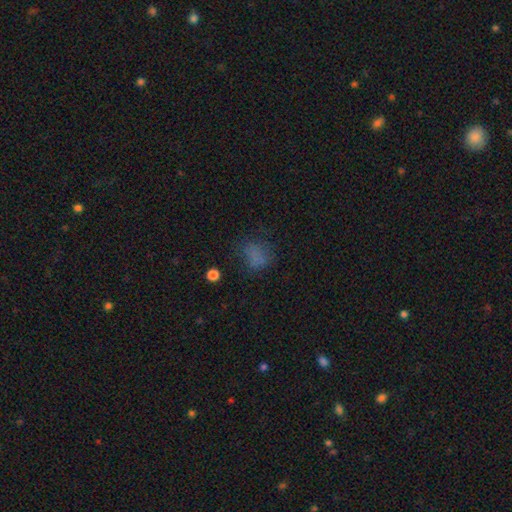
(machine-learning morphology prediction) A smooth galaxy with no disk features (69%) that is round (49%, tied with in between). Merging: none (59%).